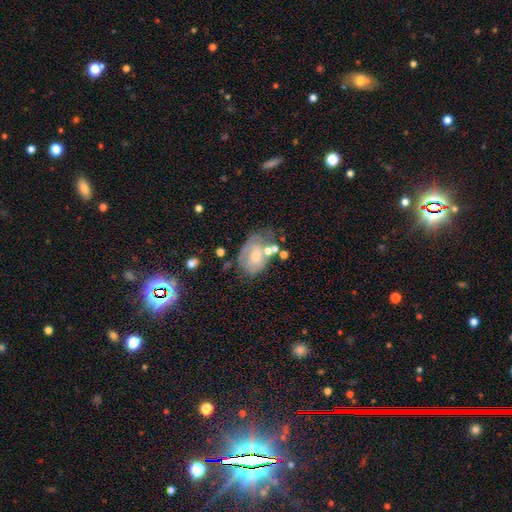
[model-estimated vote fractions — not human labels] smooth-or-featured: featured or disk: 47% | smooth: 44% | star or artifact: 9%
  merging: none: 33% | minor disturbance: 29% | major disturbance: 25% | merger: 13%